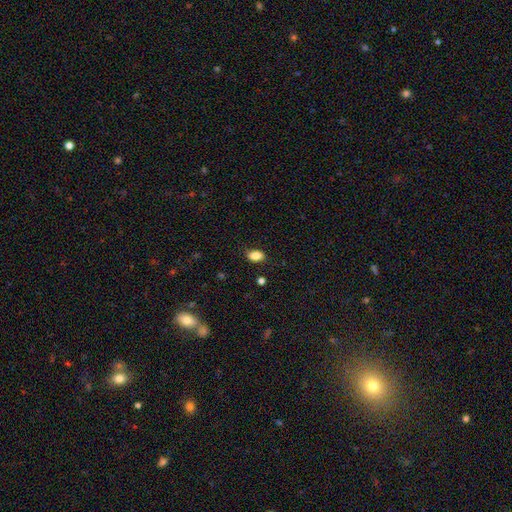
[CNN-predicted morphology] A smooth galaxy with no disk features (86%) that is in between round and cigar-shaped (85%). Merging: none (81%).